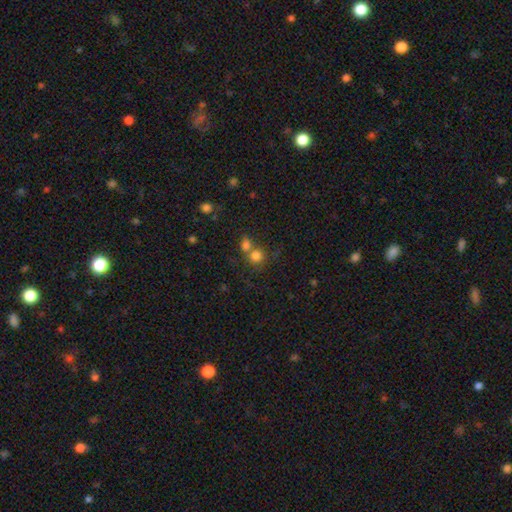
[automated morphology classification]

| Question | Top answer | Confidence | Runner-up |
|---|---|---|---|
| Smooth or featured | smooth | 78% | star or artifact (13%) |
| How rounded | round | 84% | in between (15%) |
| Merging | merger | 46% | none (42%) |